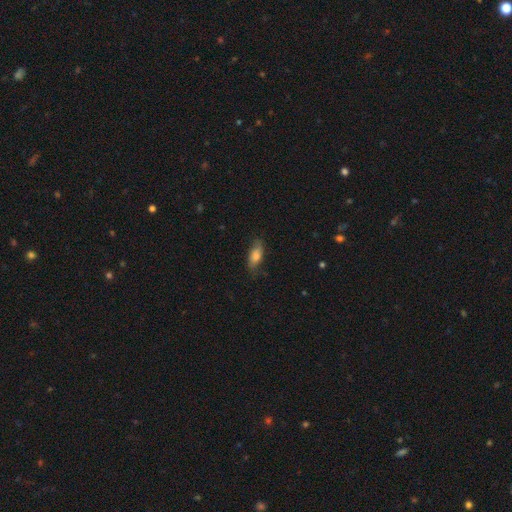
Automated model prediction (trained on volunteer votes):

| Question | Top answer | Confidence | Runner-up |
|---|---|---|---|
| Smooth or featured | smooth | 77% | featured or disk (16%) |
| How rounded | in between | 77% | cigar-shaped (20%) |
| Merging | none | 74% | minor disturbance (20%) |